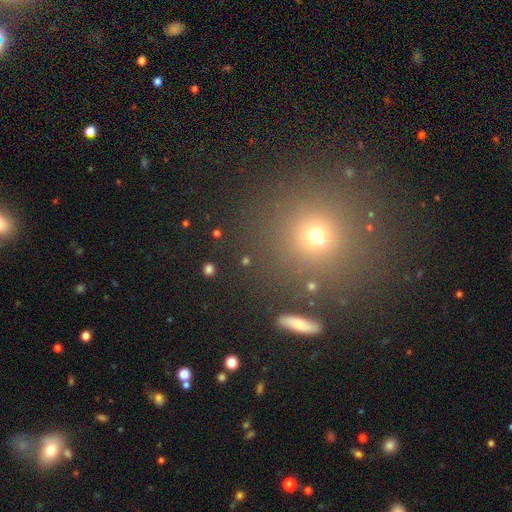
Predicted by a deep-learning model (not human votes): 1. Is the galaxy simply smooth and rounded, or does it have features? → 54% smooth, 38% star or artifact, 8% featured or disk.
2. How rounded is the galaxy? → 93% round, 5% in between, 1% cigar-shaped.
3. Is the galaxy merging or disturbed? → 87% none, 6% minor disturbance, 4% merger, 3% major disturbance.